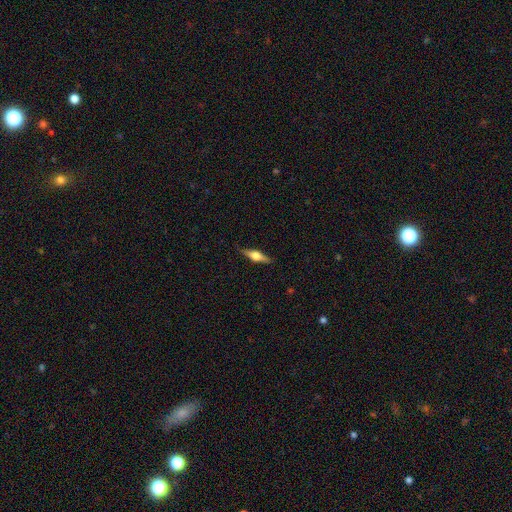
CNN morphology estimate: Smooth or featured? Predicted: featured or disk (p=0.65). Edge-on disk? Predicted: yes (p=0.96). Edge-on bulge? Predicted: rounded (p=0.92). Merging? Predicted: none (p=0.86).